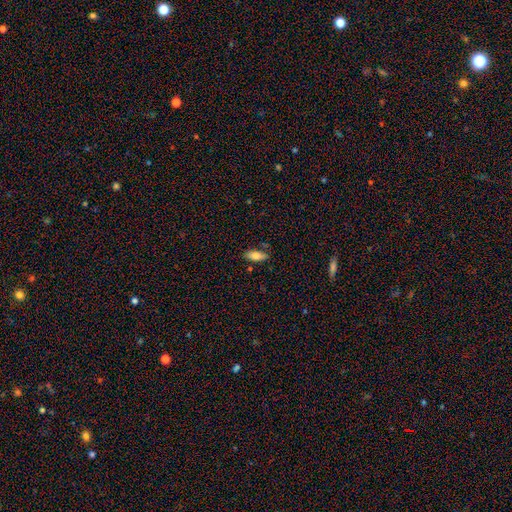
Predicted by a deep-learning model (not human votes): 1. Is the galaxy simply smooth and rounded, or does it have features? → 78% smooth, 15% featured or disk, 7% star or artifact.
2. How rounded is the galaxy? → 81% in between, 17% cigar-shaped, 2% round.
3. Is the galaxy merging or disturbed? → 79% none, 14% minor disturbance, 4% merger, 3% major disturbance.